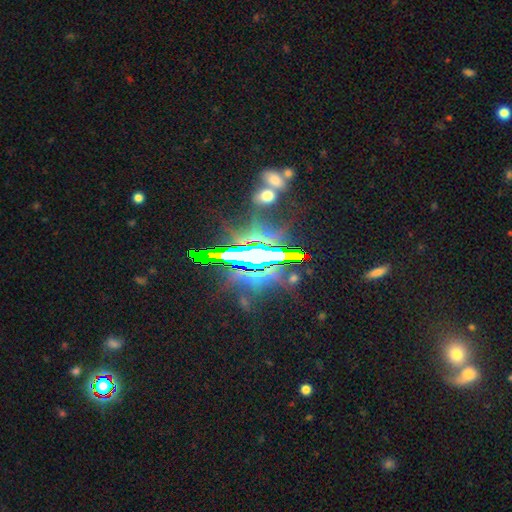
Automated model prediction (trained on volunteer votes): star or artifact 75%, featured or disk 14%, smooth 12%.